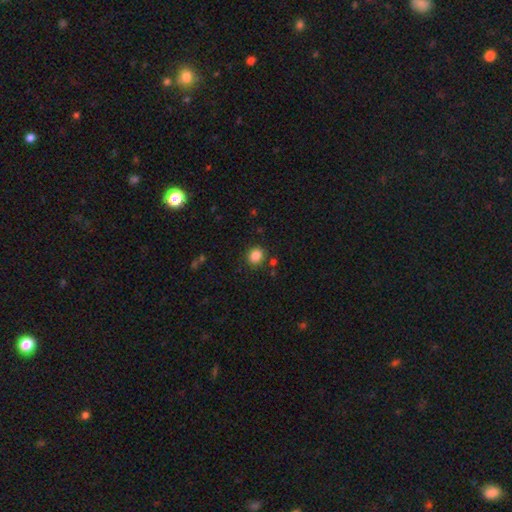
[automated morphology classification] smooth 85%, star or artifact 11%, featured or disk 4%. Down the decision tree: how rounded — round (78%); merging — none (87%).